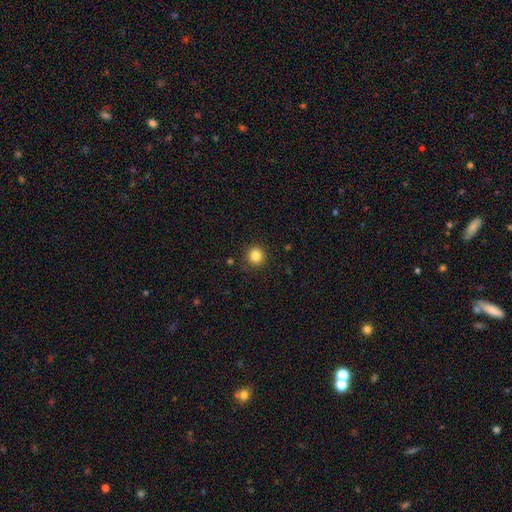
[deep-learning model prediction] This is clearly a smooth galaxy (84%). How rounded: clearly round (92%). Merging: clearly none (90%).